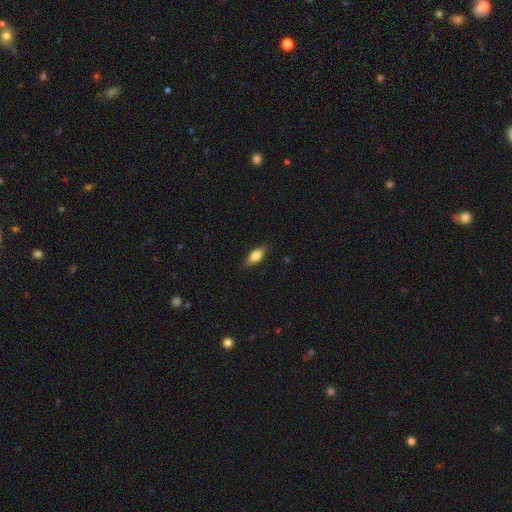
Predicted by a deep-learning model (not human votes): smooth-or-featured: smooth: 76% | featured or disk: 17% | star or artifact: 7%
  how-rounded: in between: 77% | cigar-shaped: 20% | round: 3%
  merging: none: 85% | minor disturbance: 12% | major disturbance: 2% | merger: 1%